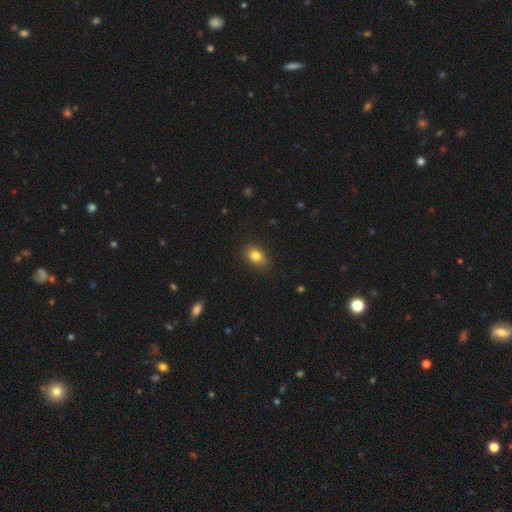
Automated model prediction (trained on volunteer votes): Smooth or featured: smooth — 82% (star or artifact — 10%)
How rounded: in between — 70% (round — 29%)
Merging: none — 83% (minor disturbance — 13%)